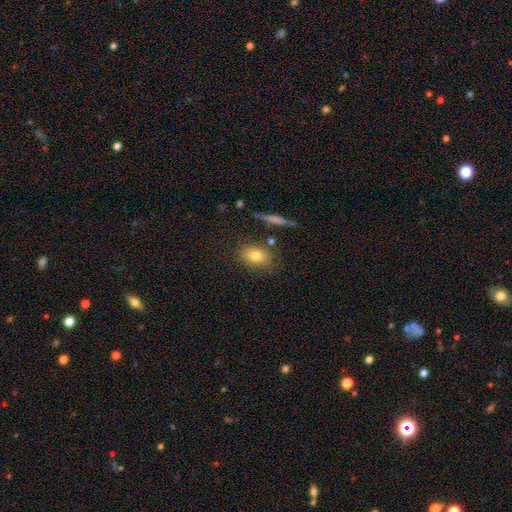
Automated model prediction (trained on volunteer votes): Smooth or featured: smooth — 75% (featured or disk — 16%)
How rounded: in between — 78% (round — 19%)
Merging: none — 75% (minor disturbance — 14%)